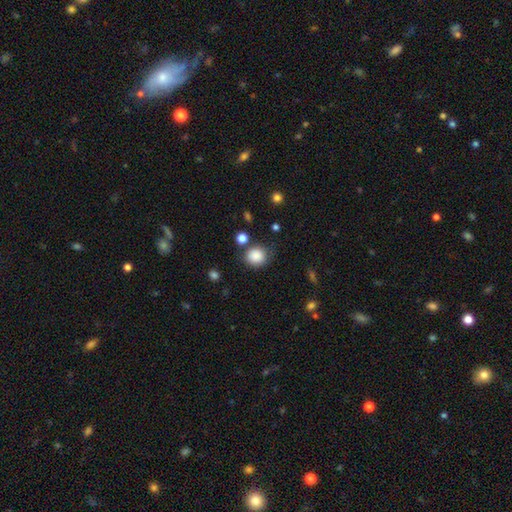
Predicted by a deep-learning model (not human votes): Smooth or featured: smooth — 87% (star or artifact — 9%)
How rounded: round — 83% (in between — 17%)
Merging: none — 75% (minor disturbance — 14%)